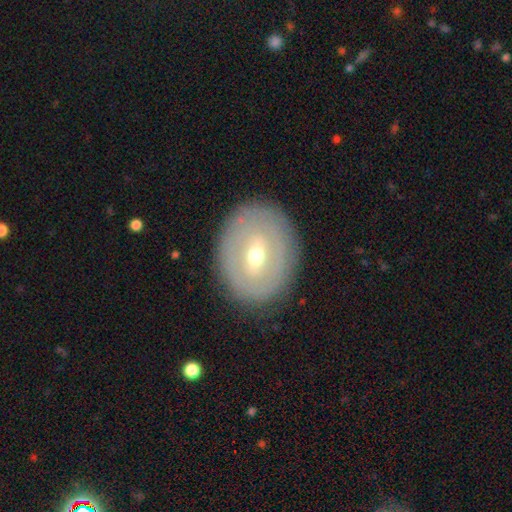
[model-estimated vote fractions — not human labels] This appears to be a featured or disk galaxy (61%) with a weak bar (48%), no spiral arms (68%) and a moderate central bulge (55%). Merging: none (85%).